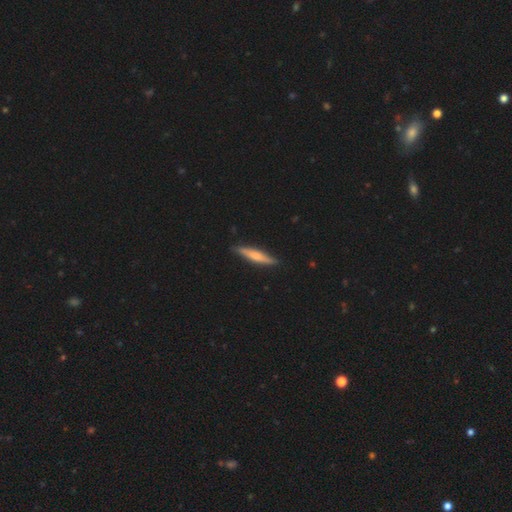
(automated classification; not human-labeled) This is possibly a smooth galaxy (53%). How rounded: clearly cigar-shaped (90%). Merging: clearly none (88%).